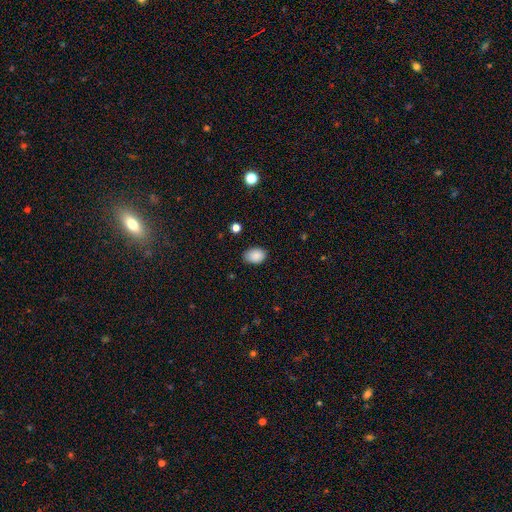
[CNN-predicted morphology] smooth-or-featured: smooth: 88% | star or artifact: 8% | featured or disk: 4%
  how-rounded: in between: 83% | round: 16% | cigar-shaped: 1%
  merging: none: 81% | minor disturbance: 15% | major disturbance: 3% | merger: 1%